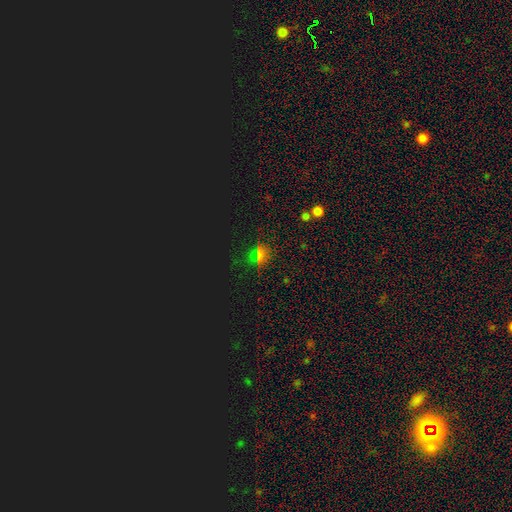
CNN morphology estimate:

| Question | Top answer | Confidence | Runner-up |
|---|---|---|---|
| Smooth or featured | star or artifact | 56% | smooth (35%) |